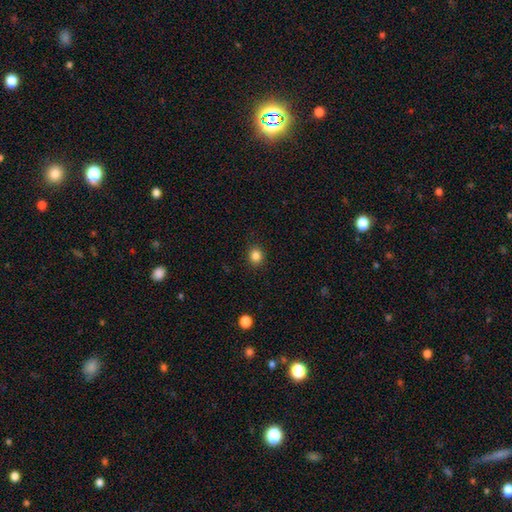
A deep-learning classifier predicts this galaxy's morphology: Overall: smooth (85%). How rounded: round (83%). Merging: none (90%).